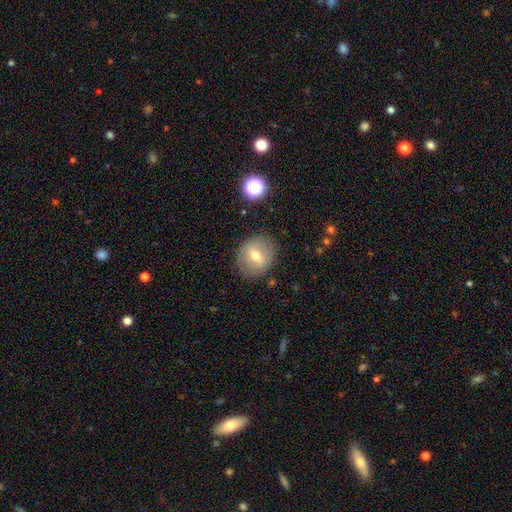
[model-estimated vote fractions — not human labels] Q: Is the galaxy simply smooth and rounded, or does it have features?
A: smooth — 52%.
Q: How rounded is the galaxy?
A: round — 76%.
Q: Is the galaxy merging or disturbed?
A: none — 83%.